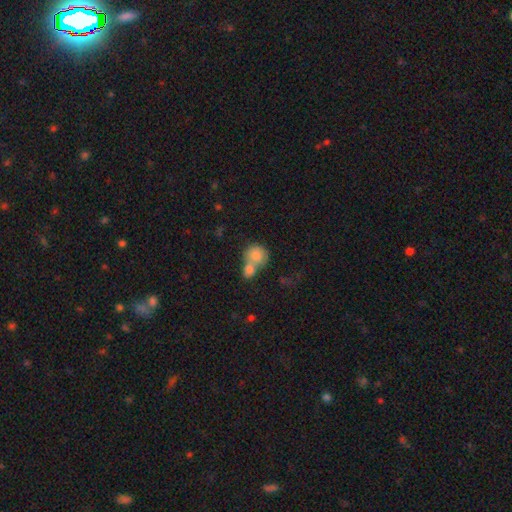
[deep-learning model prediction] This is clearly a smooth galaxy (81%). How rounded: likely round (78%). Merging: likely merger (63%).